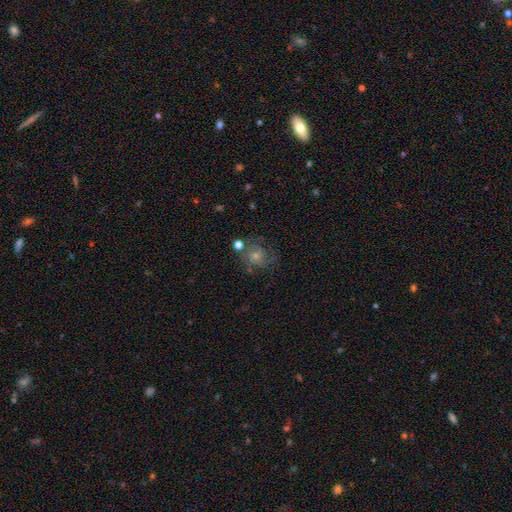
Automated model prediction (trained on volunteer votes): Smooth or featured: featured or disk — 52% (smooth — 27%)
Edge-on disk: no — 97% (yes — 3%)
Bar: no — 80% (weak — 17%)
Spiral arms: yes — 81% (no — 19%)
Bulge size: small — 46% (moderate — 44%)
Merging: none — 70% (minor disturbance — 16%)